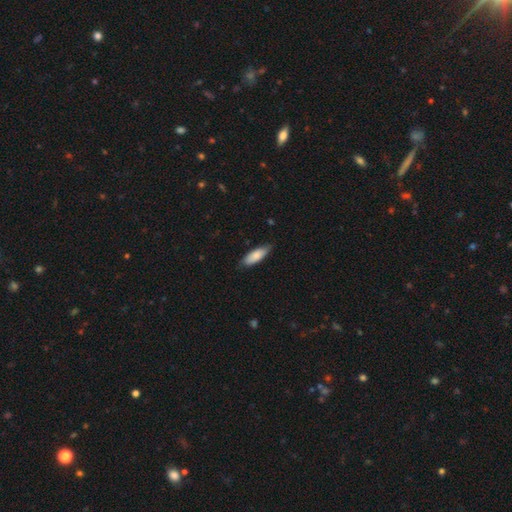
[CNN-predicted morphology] smooth 83%, featured or disk 11%, star or artifact 6%. Down the decision tree: how rounded — in between (66%); merging — none (79%).